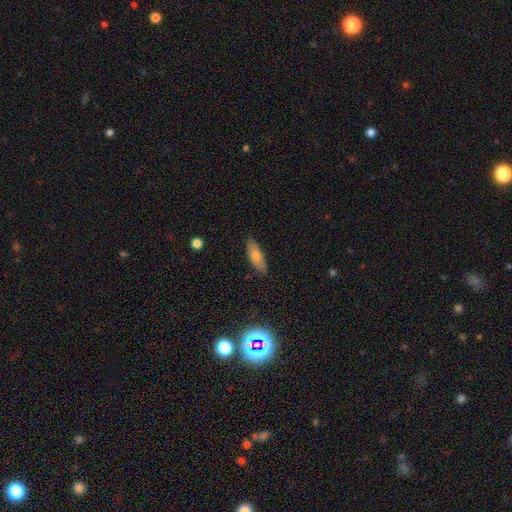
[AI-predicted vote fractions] This appears to be a smooth galaxy with no disk features (61%) that is in between round and cigar-shaped (56%). Merging: none (86%).